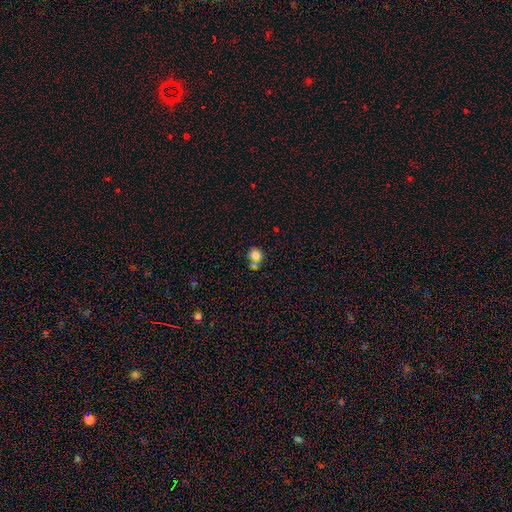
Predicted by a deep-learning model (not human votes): A smooth galaxy with no disk features (80%) that is round (80%). Merging: none (53%).